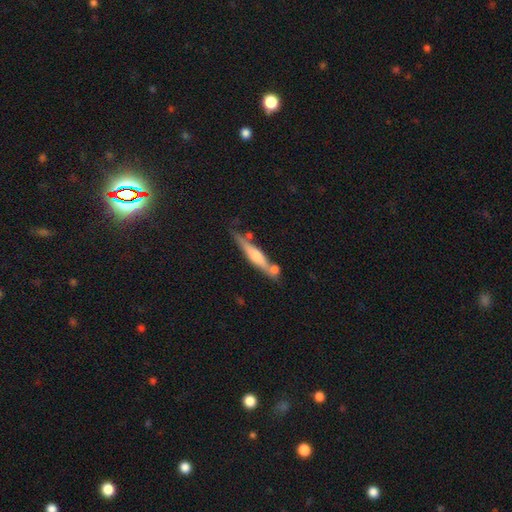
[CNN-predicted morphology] Smooth or featured? featured or disk (53%)
Edge-on disk? yes (93%)
Merging? none (62%)